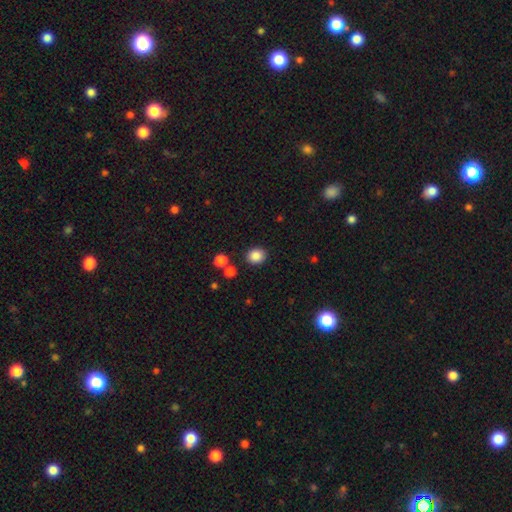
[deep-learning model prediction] smooth_or_featured: smooth (p=0.86) [alt: star or artifact p=0.10]
how_rounded: round (p=0.67) [alt: in between p=0.32]
merging: none (p=0.86) [alt: minor disturbance p=0.08]